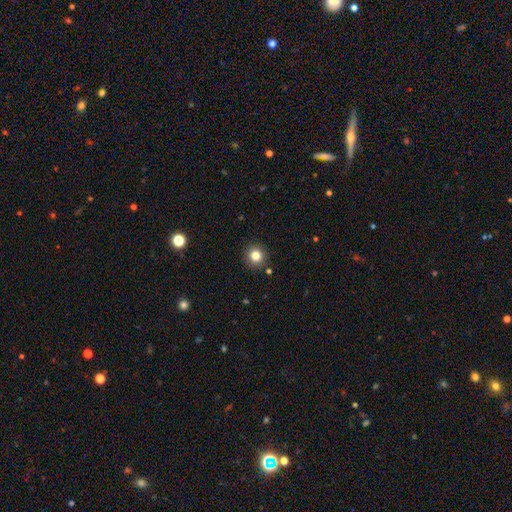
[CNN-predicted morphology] A smooth galaxy with no disk features (81%) that is round (91%).

Vote fractions:
- Smooth or featured? smooth: 81% / star or artifact: 12% / featured or disk: 7%
- How rounded? round: 91% / in between: 8% / cigar-shaped: 1%
- Merging? none: 90% / minor disturbance: 6% / major disturbance: 2% / merger: 2%